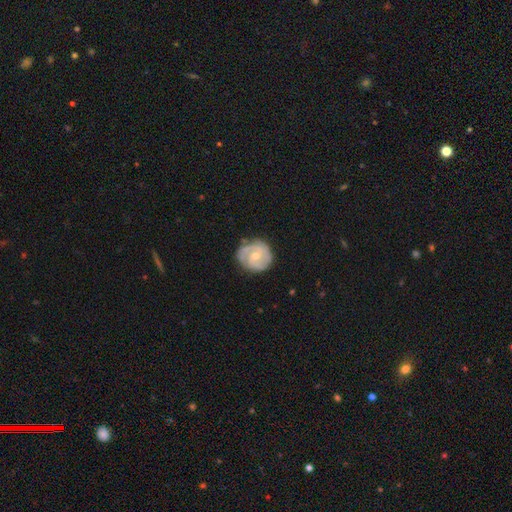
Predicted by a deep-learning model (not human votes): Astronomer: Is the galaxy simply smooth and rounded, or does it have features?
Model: featured or disk — 81%.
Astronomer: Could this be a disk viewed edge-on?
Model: no — 98%.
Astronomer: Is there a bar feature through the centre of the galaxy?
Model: no — 63%.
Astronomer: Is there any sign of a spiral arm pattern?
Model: yes — 94%.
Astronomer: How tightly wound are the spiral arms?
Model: tight — 62%.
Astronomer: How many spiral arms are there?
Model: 2 — 47% (runner-up: 3, 24%).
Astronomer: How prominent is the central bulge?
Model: moderate — 49% (runner-up: small, 47%).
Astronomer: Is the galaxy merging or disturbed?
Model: none — 74%.